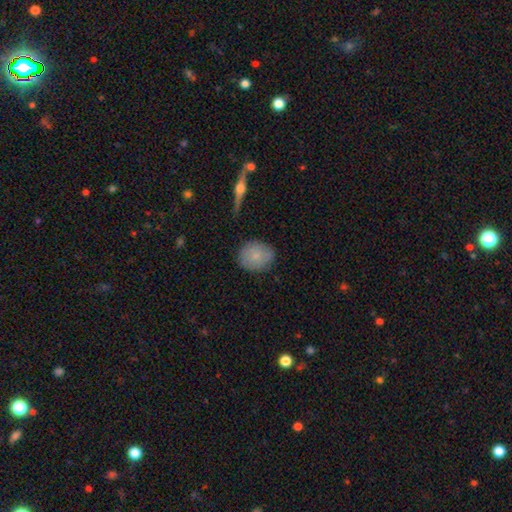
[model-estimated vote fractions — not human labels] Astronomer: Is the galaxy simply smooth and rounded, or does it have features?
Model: smooth — 76%.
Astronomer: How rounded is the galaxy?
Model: round — 71%.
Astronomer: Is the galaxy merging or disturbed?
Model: none — 80%.